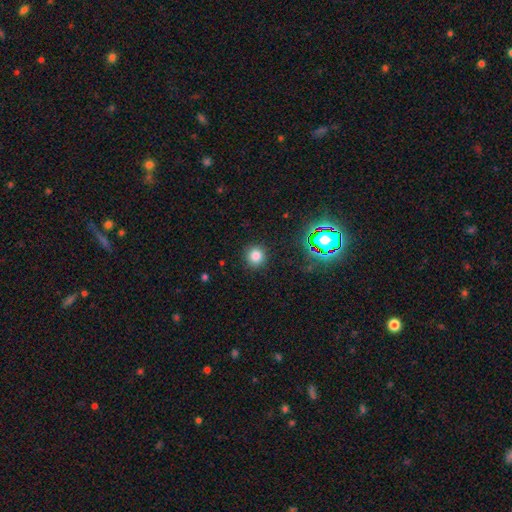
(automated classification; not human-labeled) Smooth or featured: smooth — 79% (star or artifact — 16%)
How rounded: round — 92% (in between — 7%)
Merging: none — 90% (minor disturbance — 6%)